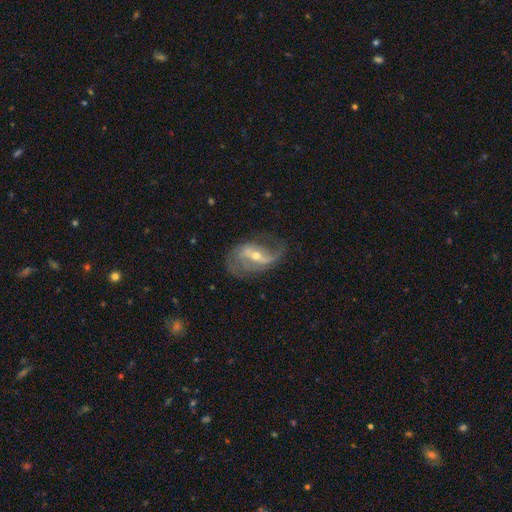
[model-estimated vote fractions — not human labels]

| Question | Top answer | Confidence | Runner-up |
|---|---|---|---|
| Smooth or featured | featured or disk | 86% | smooth (8%) |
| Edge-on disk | no | 96% | yes (4%) |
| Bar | weak | 40% | strong (38%) |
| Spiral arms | yes | 94% | no (6%) |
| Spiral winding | loose | 59% | medium (31%) |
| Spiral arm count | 2 | 78% | 1 (10%) |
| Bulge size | small | 51% | moderate (46%) |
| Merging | none | 61% | minor disturbance (21%) |